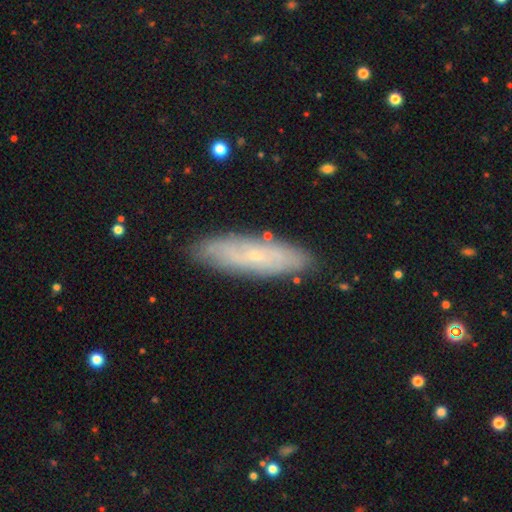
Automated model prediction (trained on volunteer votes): Overall: featured or disk (56%; smooth 36%). Edge-on disk: no (66%; yes 34%). Merging: none (84%).